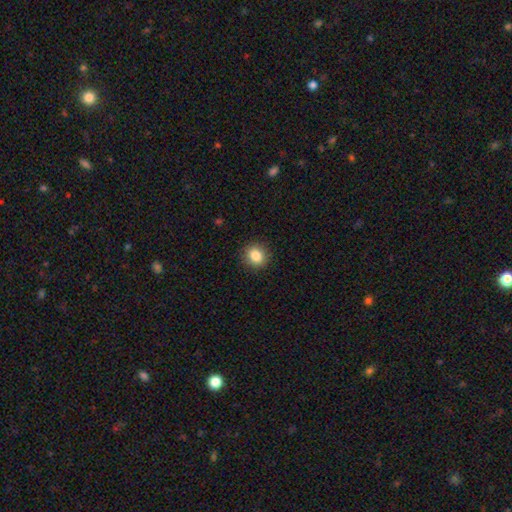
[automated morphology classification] Smooth or featured?
  - smooth: 85% *
  - star or artifact: 10%
  - featured or disk: 5%
How rounded?
  - round: 83% *
  - in between: 16%
  - cigar-shaped: 1%
Merging?
  - none: 90% *
  - minor disturbance: 7%
  - major disturbance: 2%
  - merger: 1%